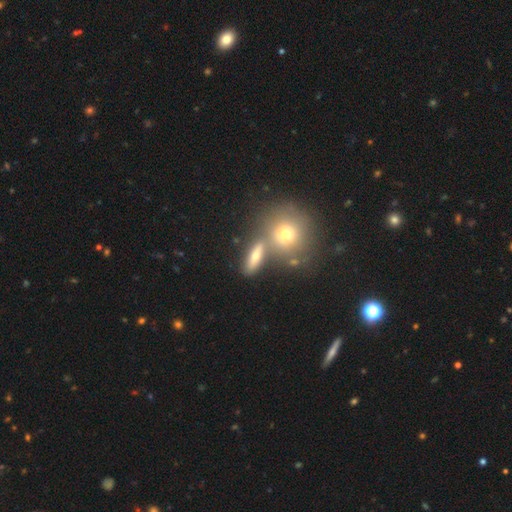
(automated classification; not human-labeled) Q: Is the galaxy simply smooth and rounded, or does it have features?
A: smooth — 62%.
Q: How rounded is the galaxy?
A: in between — 44%.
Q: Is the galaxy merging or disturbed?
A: none — 61%.